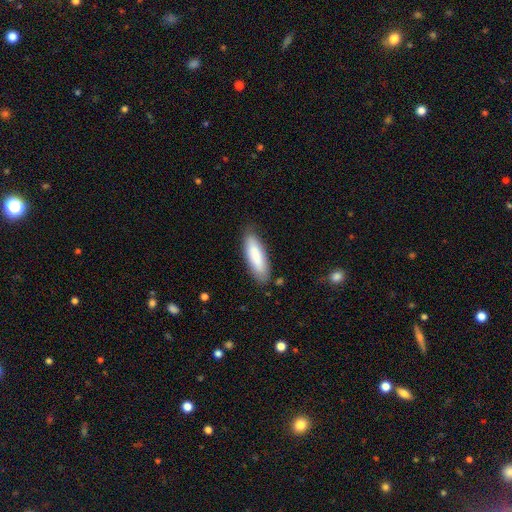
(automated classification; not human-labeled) A smooth galaxy with no disk features (83%) that is cigar-shaped (51%).

Vote fractions:
- Smooth or featured? smooth: 83% / featured or disk: 11% / star or artifact: 5%
- How rounded? cigar-shaped: 51% / in between: 48% / round: 1%
- Merging? none: 82% / minor disturbance: 13% / major disturbance: 3% / merger: 2%